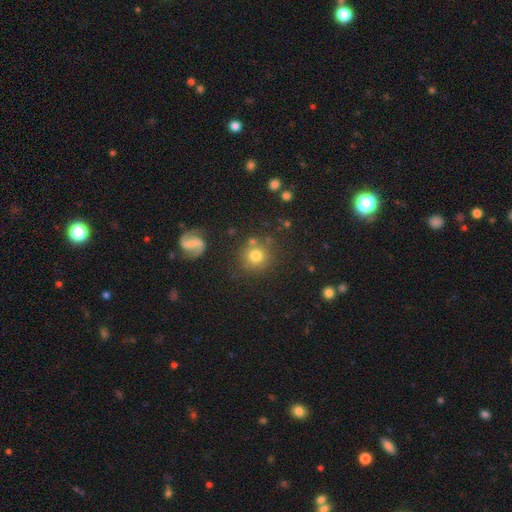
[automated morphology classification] type=smooth (74%); roundness=round (92%); merging=none (79%).